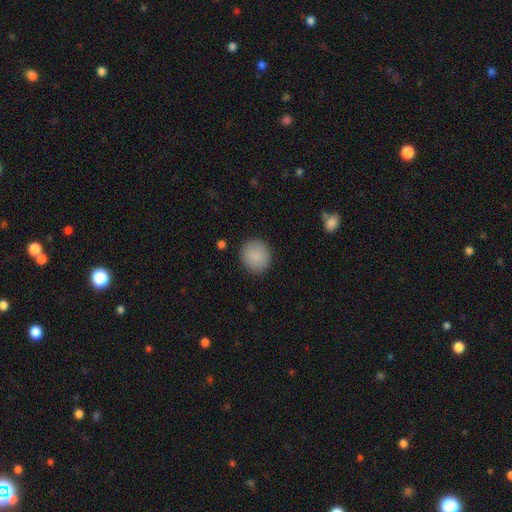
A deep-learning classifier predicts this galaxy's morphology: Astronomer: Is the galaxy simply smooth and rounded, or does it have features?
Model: smooth — 89%.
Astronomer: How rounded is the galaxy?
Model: round — 89%.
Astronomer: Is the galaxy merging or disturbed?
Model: none — 90%.